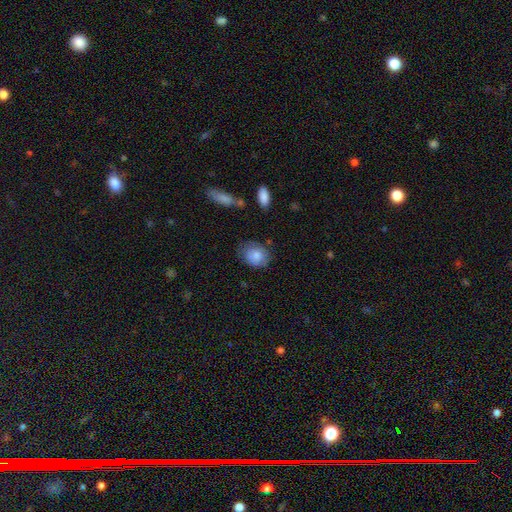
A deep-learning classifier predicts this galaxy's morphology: smooth-or-featured: smooth: 80% | featured or disk: 12% | star or artifact: 7%
  how-rounded: round: 61% | in between: 38% | cigar-shaped: 1%
  merging: none: 71% | minor disturbance: 22% | major disturbance: 6% | merger: 2%